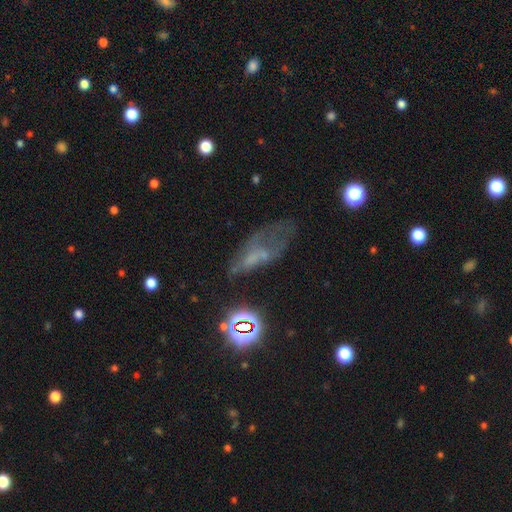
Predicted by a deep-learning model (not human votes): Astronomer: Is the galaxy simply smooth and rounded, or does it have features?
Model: featured or disk — 40% (runner-up: smooth, 33%).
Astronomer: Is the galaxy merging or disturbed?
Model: major disturbance — 36% (runner-up: none, 34%).